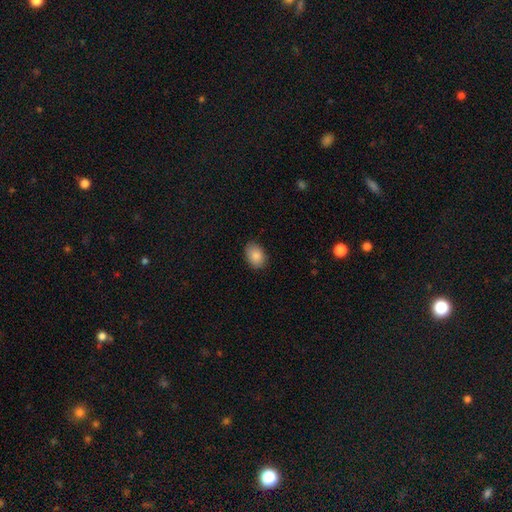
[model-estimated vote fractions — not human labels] Overall: smooth (87%). How rounded: in between (77%). Merging: none (85%).